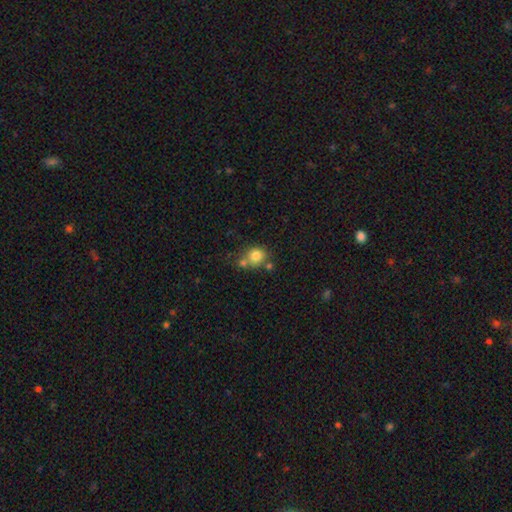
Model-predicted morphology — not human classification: smooth-or-featured: smooth: 79% | star or artifact: 11% | featured or disk: 10%
  how-rounded: round: 82% | in between: 17% | cigar-shaped: 1%
  merging: none: 55% | merger: 28% | minor disturbance: 13% | major disturbance: 4%